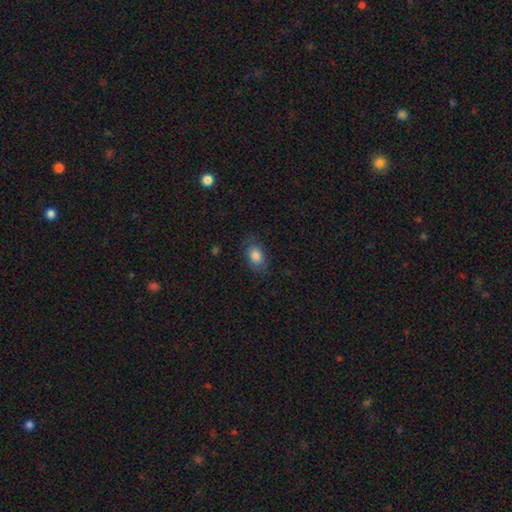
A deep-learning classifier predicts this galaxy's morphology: Smooth or featured: smooth — 84% (star or artifact — 8%)
How rounded: in between — 84% (round — 14%)
Merging: none — 78% (minor disturbance — 16%)